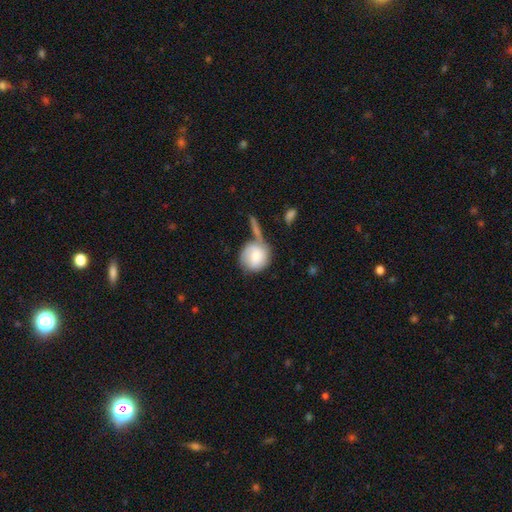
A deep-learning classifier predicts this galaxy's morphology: Overall: smooth (75%). How rounded: round (84%). Merging: none (40%; merger 27%).